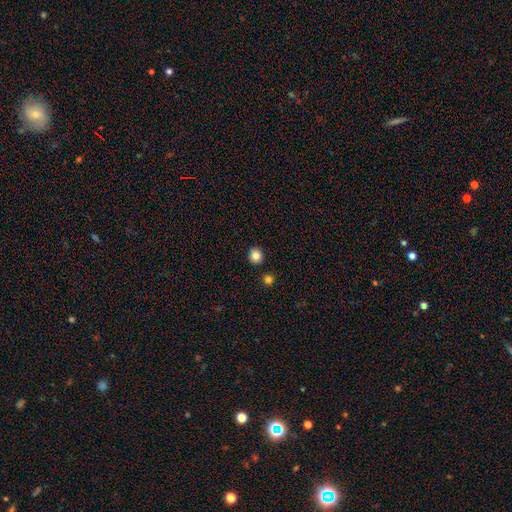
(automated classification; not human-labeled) A smooth galaxy with no disk features (83%) that is round (82%).

Vote fractions:
- Smooth or featured? smooth: 83% / star or artifact: 11% / featured or disk: 6%
- How rounded? round: 82% / in between: 17% / cigar-shaped: 1%
- Merging? none: 89% / minor disturbance: 6% / merger: 3% / major disturbance: 2%